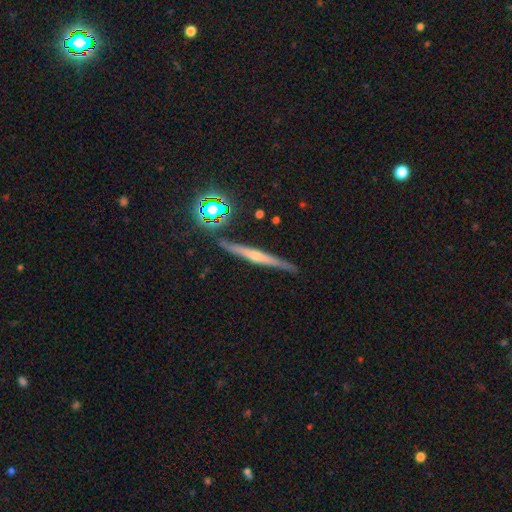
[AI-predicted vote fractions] Morphology: type=featured or disk (75%); edge-on=yes (97%); edge-on bulge=rounded (77%); merging=none (87%).